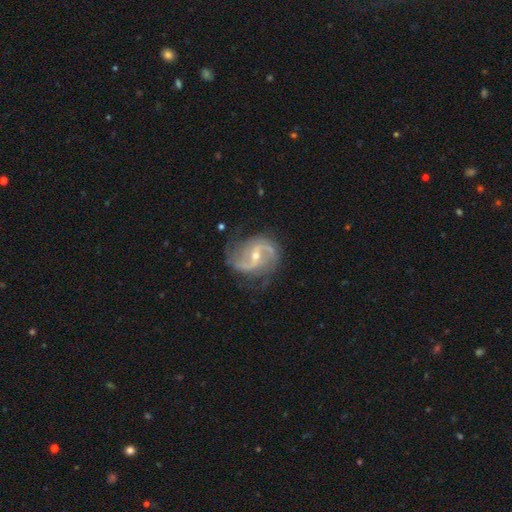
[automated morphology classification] Smooth or featured? Predicted: featured or disk (p=0.90). Edge-on disk? Predicted: no (p=0.98). Bar? Predicted: weak (p=0.46). Spiral arms? Predicted: yes (p=0.97). Spiral winding? Predicted: medium (p=0.45). Spiral arm count? Predicted: 2 (p=0.88). Bulge size? Predicted: small (p=0.56). Merging? Predicted: none (p=0.73).